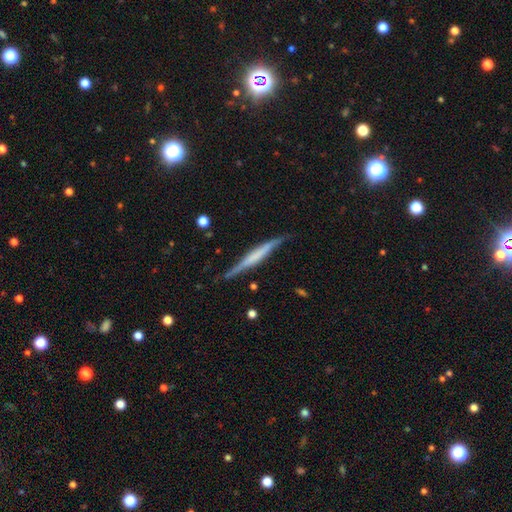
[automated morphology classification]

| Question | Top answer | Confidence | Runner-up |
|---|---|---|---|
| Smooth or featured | featured or disk | 60% | smooth (34%) |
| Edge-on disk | yes | 95% | no (5%) |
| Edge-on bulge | none | 51% | boxy (31%) |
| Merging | none | 78% | minor disturbance (16%) |